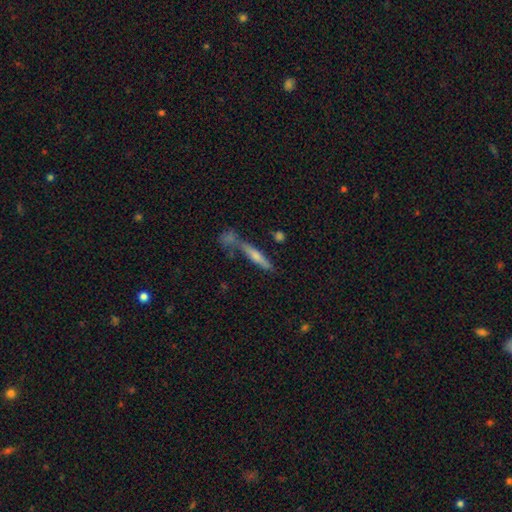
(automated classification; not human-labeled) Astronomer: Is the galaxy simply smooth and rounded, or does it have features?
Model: featured or disk — 46%, tied with smooth at 46%.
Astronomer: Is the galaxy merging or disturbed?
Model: none — 62%.